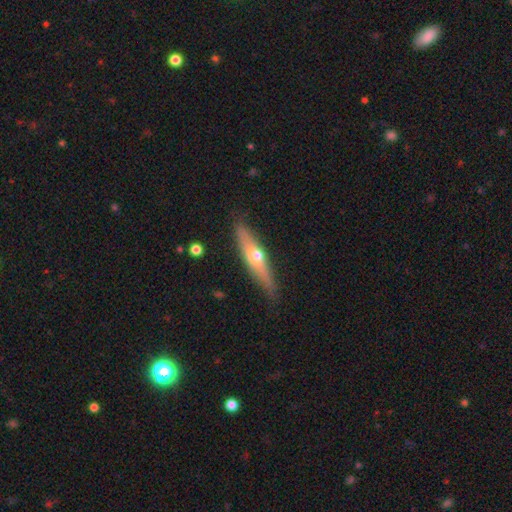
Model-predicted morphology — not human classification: This is likely a featured or disk galaxy (61%). It is clearly viewed edge-on (89%). Edge-on bulge: clearly rounded (89%). Merging: clearly none (85%).